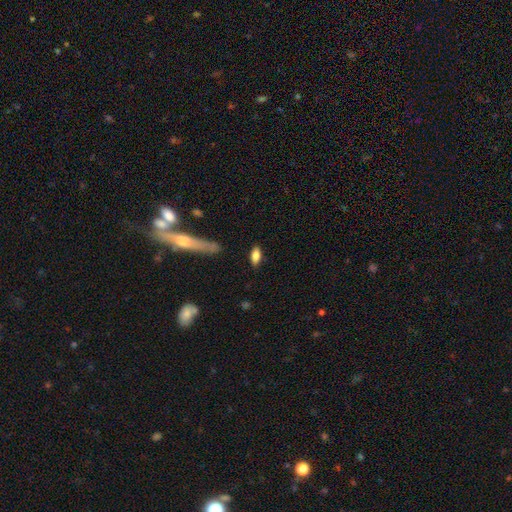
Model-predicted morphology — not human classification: Q: Smooth or featured?
A: smooth (80%); runner-up: featured or disk (13%)
Q: How rounded?
A: in between (82%); runner-up: cigar-shaped (14%)
Q: Merging?
A: none (84%); runner-up: minor disturbance (11%)